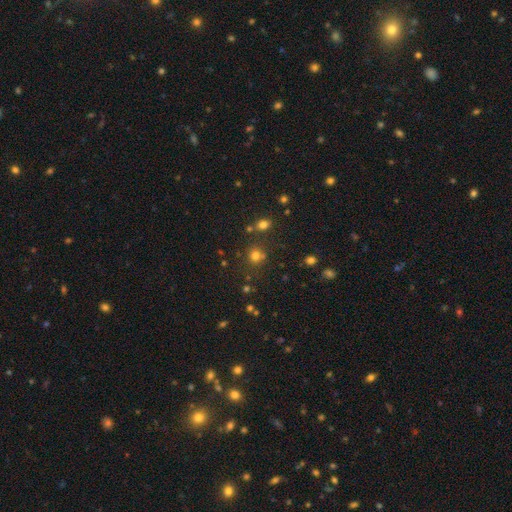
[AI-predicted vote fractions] Smooth or featured: smooth — 68% (star or artifact — 25%)
How rounded: round — 86% (in between — 13%)
Merging: none — 70% (merger — 16%)